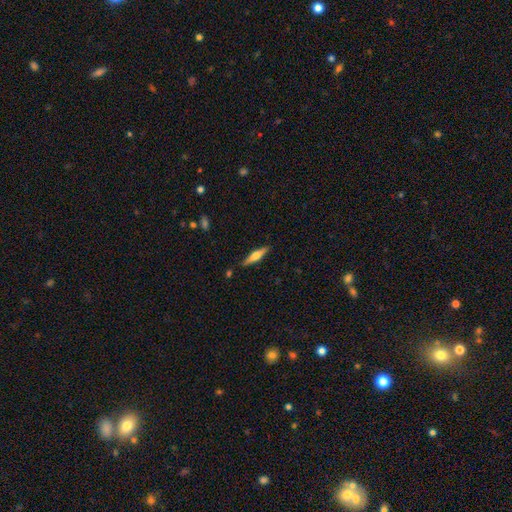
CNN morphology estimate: This is possibly a featured or disk galaxy (53%). It is clearly viewed edge-on (95%). Edge-on bulge: clearly rounded (90%). Merging: clearly none (87%).